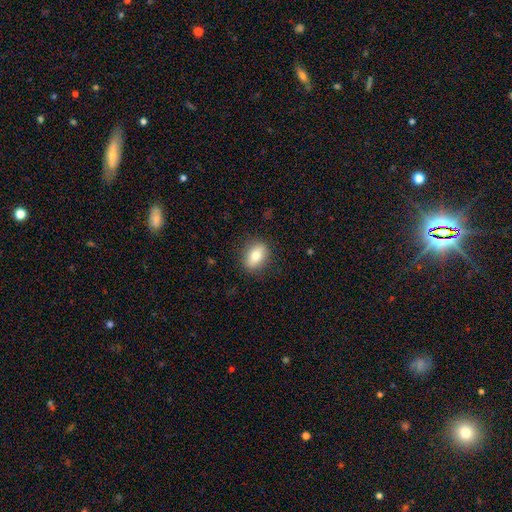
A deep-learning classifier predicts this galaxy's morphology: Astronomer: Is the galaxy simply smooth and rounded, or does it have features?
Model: smooth — 75%.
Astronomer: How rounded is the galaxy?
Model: in between — 75%.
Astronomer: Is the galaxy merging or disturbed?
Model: none — 86%.